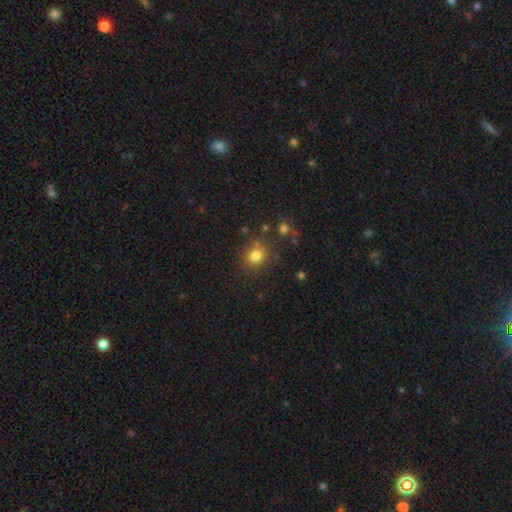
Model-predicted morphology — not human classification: Smooth or featured? Predicted: smooth (p=0.80). How rounded? Predicted: round (p=0.74). Merging? Predicted: none (p=0.77).